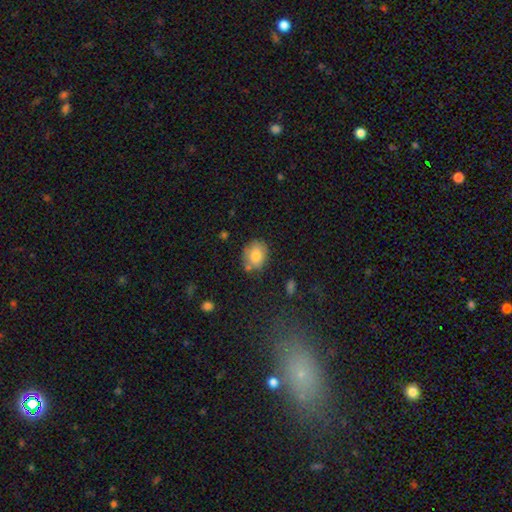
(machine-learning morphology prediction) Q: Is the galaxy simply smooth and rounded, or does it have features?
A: smooth — 80%.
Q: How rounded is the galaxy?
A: in between — 54%.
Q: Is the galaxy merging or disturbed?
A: none — 71%.